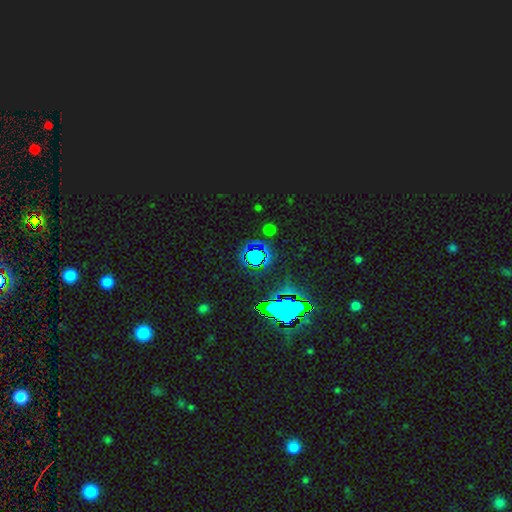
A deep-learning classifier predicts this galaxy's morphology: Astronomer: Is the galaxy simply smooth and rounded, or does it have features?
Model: star or artifact — 71%.